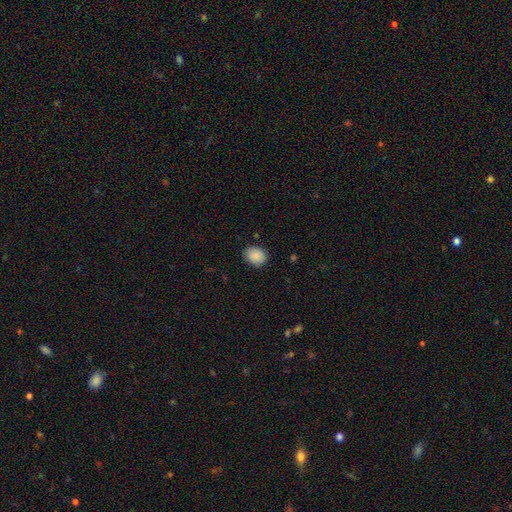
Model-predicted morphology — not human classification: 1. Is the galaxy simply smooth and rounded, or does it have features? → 89% smooth, 7% star or artifact, 4% featured or disk.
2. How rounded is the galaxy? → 54% round, 45% in between, 1% cigar-shaped.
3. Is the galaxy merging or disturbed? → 84% none, 13% minor disturbance, 2% major disturbance, 1% merger.